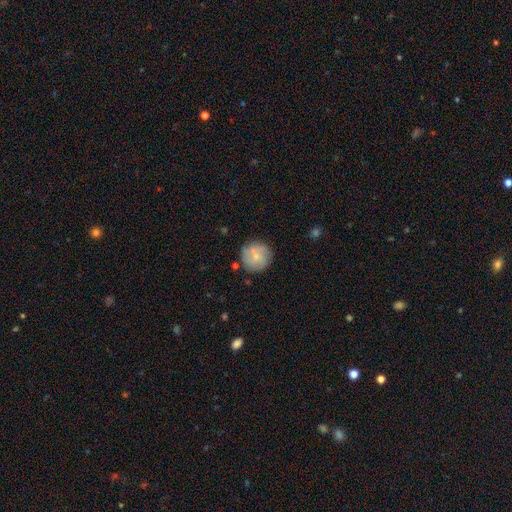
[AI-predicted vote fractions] smooth 58%, featured or disk 34%, star or artifact 8%. Down the decision tree: how rounded — round (93%); merging — none (78%).